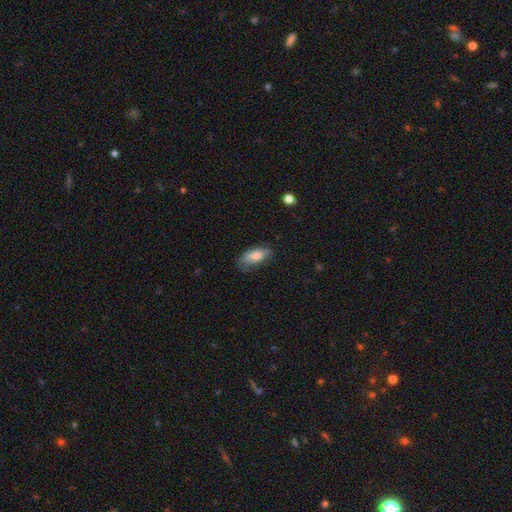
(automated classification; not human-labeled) smooth 77%, featured or disk 16%, star or artifact 7%. Down the decision tree: how rounded — in between (86%); merging — none (57%).